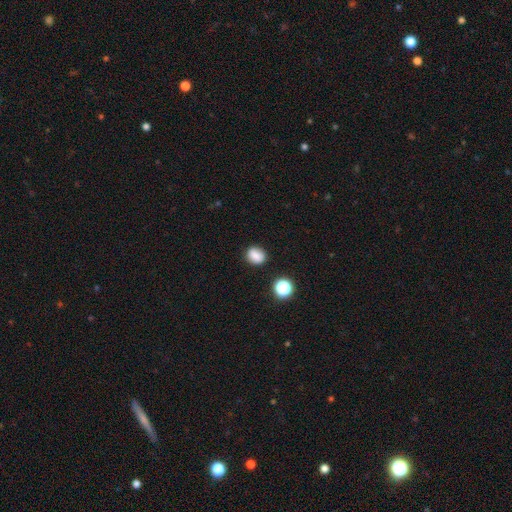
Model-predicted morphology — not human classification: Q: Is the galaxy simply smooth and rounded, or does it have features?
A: smooth — 83%.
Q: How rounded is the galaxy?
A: round — 50%.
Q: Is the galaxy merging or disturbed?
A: none — 82%.